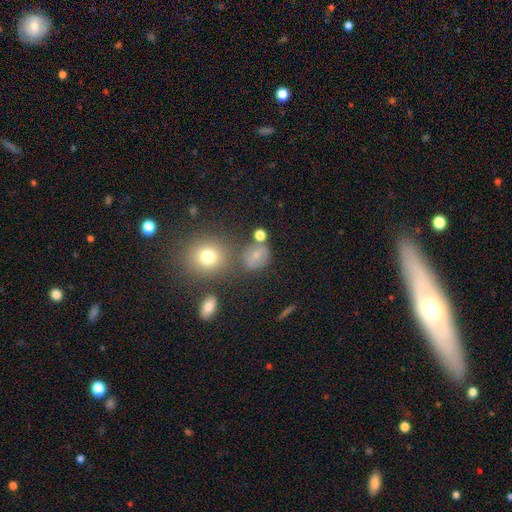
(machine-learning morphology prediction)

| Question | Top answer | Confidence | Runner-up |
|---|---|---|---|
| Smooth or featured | smooth | 61% | featured or disk (22%) |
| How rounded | round | 66% | in between (32%) |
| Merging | none | 64% | minor disturbance (18%) |